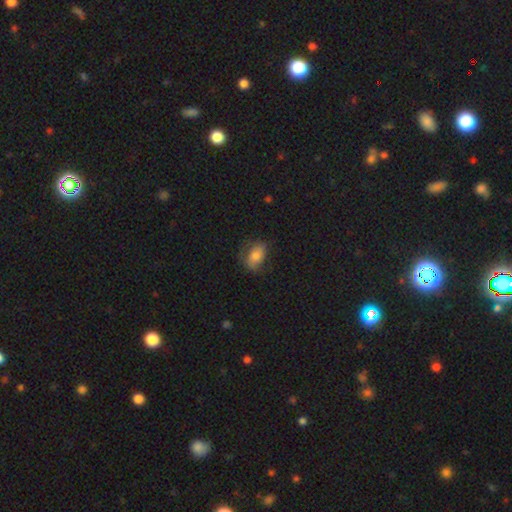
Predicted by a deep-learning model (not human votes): smooth_or_featured: smooth (p=0.73) [alt: featured or disk p=0.18]
how_rounded: in between (p=0.82) [alt: round p=0.17]
merging: none (p=0.62) [alt: minor disturbance p=0.25]